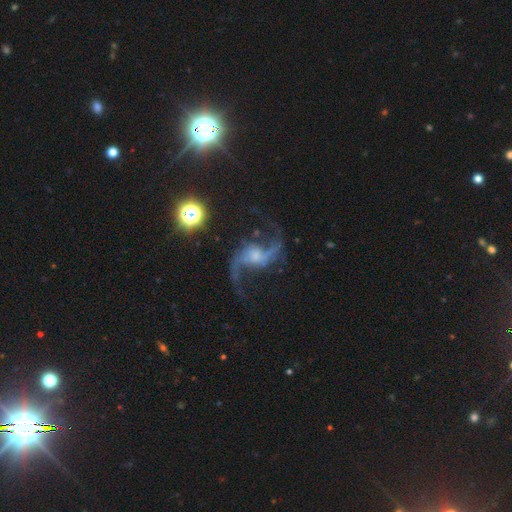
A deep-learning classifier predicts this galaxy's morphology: This is clearly a featured or disk galaxy (89%). It is clearly not viewed edge-on (97%). Bar: possibly no (48%). Spiral arm pattern: clearly yes (97%). Spiral arm count: clearly 2 (94%). Spiral winding: clearly loose (85%). Central bulge: marginally small (38%). Merging: likely none (72%).